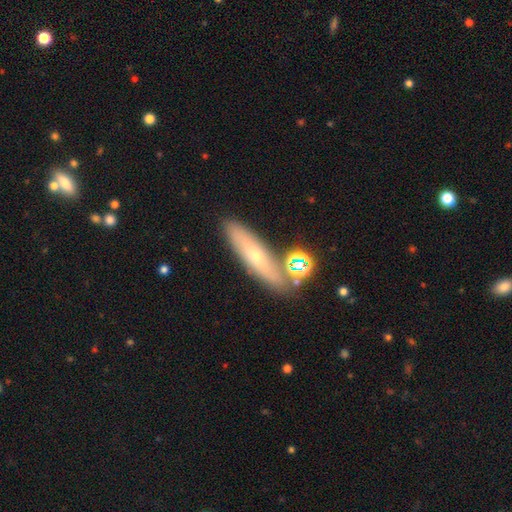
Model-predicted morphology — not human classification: Smooth or featured?
  - smooth: 47% *
  - featured or disk: 42%
  - star or artifact: 11%
Merging?
  - none: 73% *
  - minor disturbance: 13%
  - merger: 10%
  - major disturbance: 4%